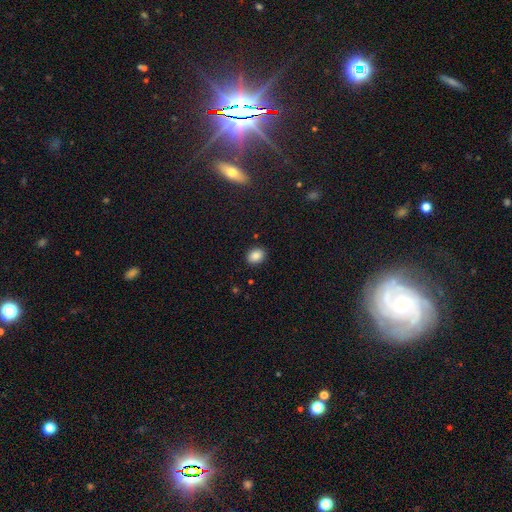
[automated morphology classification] A smooth galaxy with no disk features (86%) that is in between round and cigar-shaped (62%). Merging: none (89%).